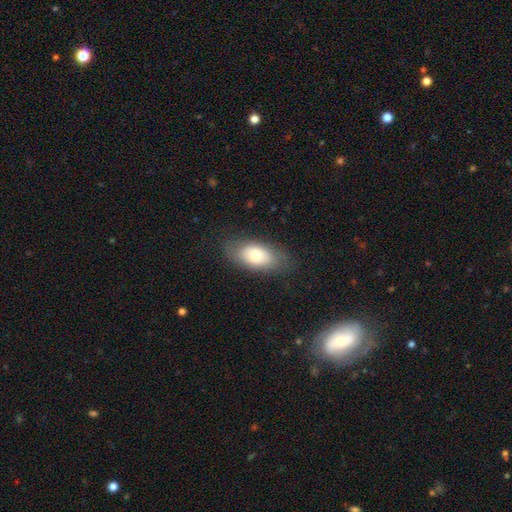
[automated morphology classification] Smooth or featured: smooth — 71% (featured or disk — 22%)
How rounded: in between — 91% (round — 5%)
Merging: none — 79% (minor disturbance — 15%)